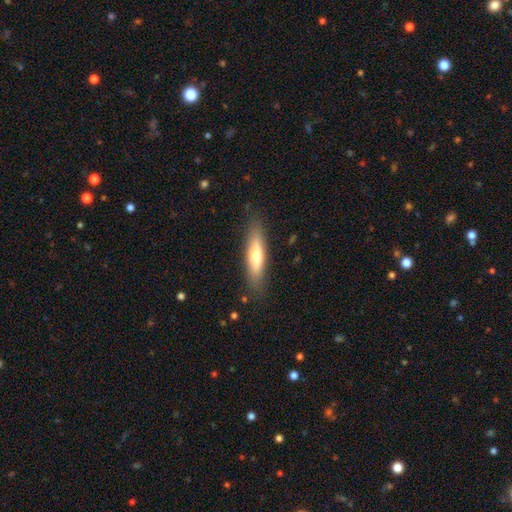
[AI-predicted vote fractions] Smooth or featured? Predicted: smooth (p=0.60). How rounded? Predicted: cigar-shaped (p=0.74). Merging? Predicted: none (p=0.85).